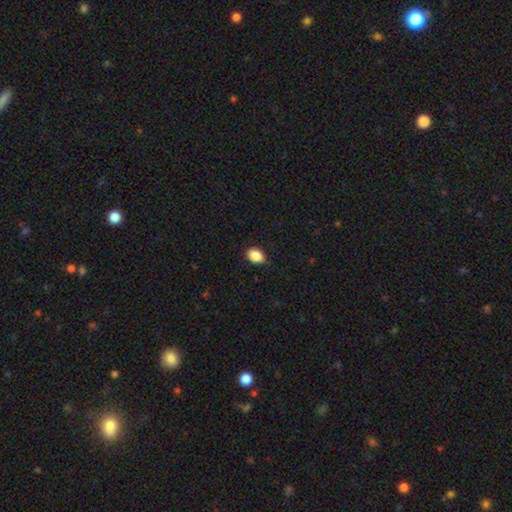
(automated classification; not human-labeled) Smooth or featured: smooth — 89% (star or artifact — 8%)
How rounded: in between — 78% (round — 21%)
Merging: none — 84% (minor disturbance — 13%)